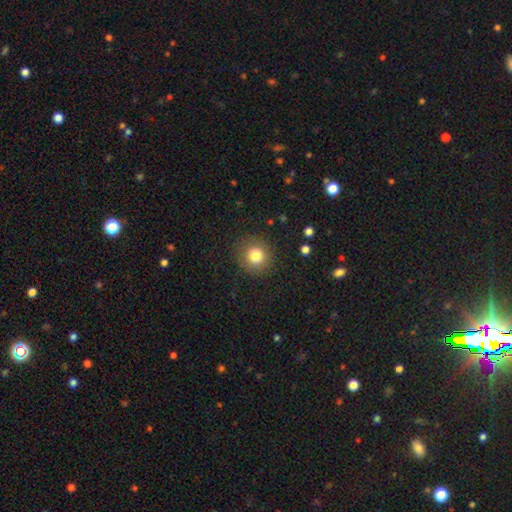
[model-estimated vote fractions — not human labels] This is clearly a smooth galaxy (80%). How rounded: clearly round (93%). Merging: clearly none (88%).